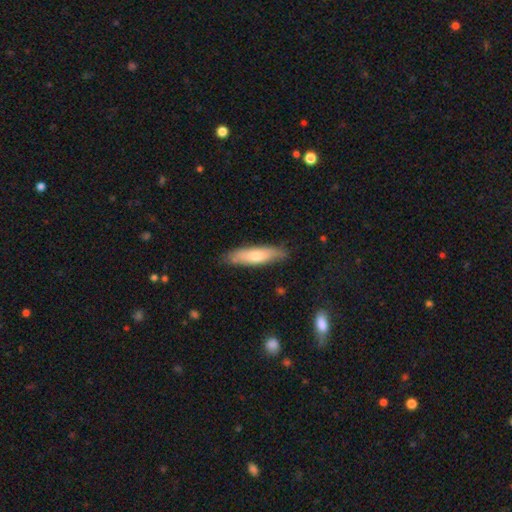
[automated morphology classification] smooth-or-featured: smooth: 68% | featured or disk: 26% | star or artifact: 5%
  how-rounded: cigar-shaped: 68% | in between: 31% | round: 2%
  merging: none: 81% | minor disturbance: 15% | major disturbance: 3% | merger: 1%